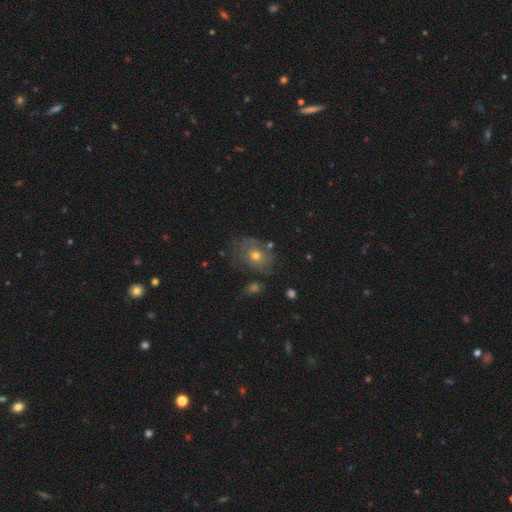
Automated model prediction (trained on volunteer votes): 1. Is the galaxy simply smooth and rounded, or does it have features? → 50% smooth, 36% featured or disk, 14% star or artifact.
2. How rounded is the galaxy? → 57% in between, 42% round, 1% cigar-shaped.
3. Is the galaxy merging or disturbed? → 61% none, 22% minor disturbance, 11% major disturbance, 6% merger.